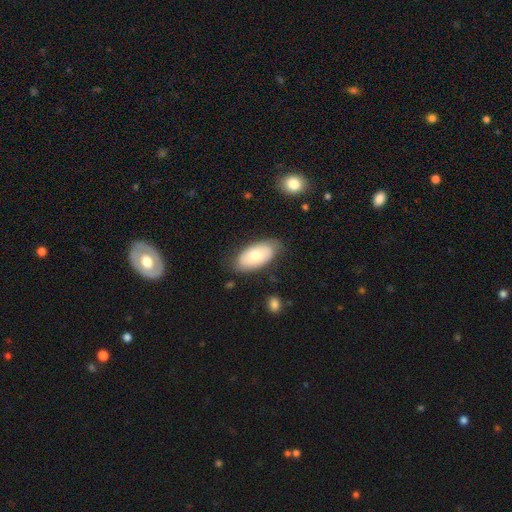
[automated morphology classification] Overall: smooth (73%). How rounded: in between (94%). Merging: none (75%).